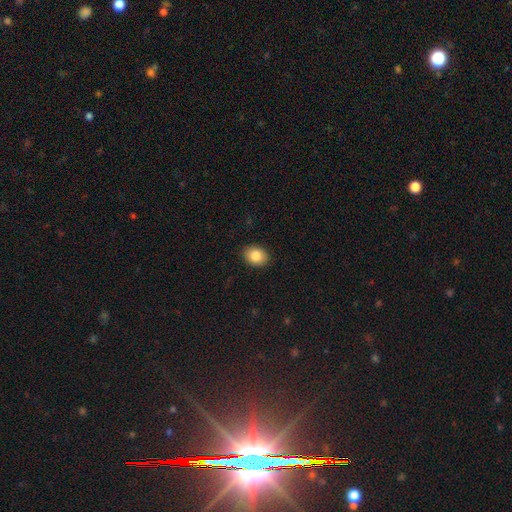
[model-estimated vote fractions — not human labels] Smooth or featured?
  - smooth: 85% *
  - star or artifact: 8%
  - featured or disk: 7%
How rounded?
  - in between: 63% *
  - round: 36%
  - cigar-shaped: 1%
Merging?
  - none: 90% *
  - minor disturbance: 7%
  - major disturbance: 2%
  - merger: 1%